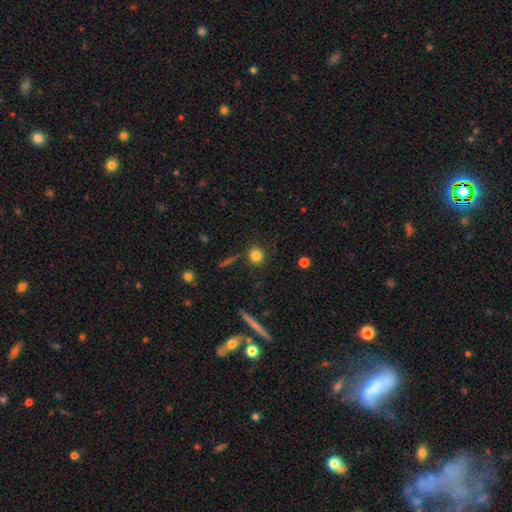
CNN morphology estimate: type=smooth (82%); roundness=round (89%); merging=none (86%).